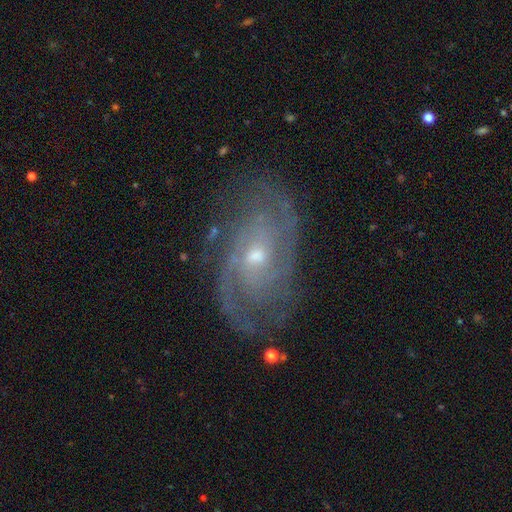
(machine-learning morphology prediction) This is clearly a featured or disk galaxy (87%). It is clearly not viewed edge-on (96%). Bar: likely no (61%). Spiral arm pattern: clearly yes (97%). Spiral arm count: marginally 2 (33%). Spiral winding: possibly tight (55%). Central bulge: possibly small (59%). Merging: likely none (77%).